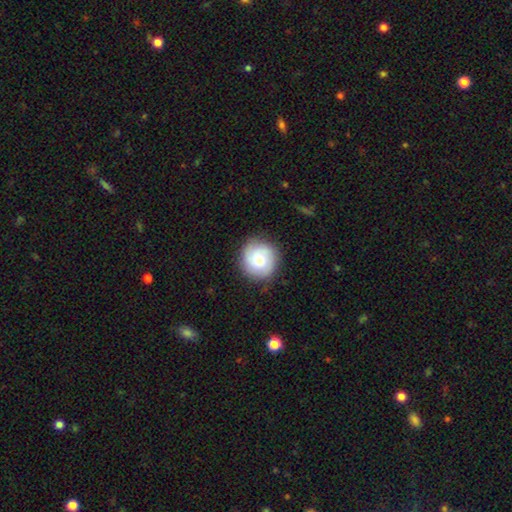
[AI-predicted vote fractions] A smooth galaxy with no disk features (64%) that is round (93%).

Vote fractions:
- Smooth or featured? smooth: 64% / featured or disk: 28% / star or artifact: 7%
- How rounded? round: 93% / in between: 6% / cigar-shaped: 1%
- Merging? none: 83% / minor disturbance: 12% / major disturbance: 3% / merger: 1%